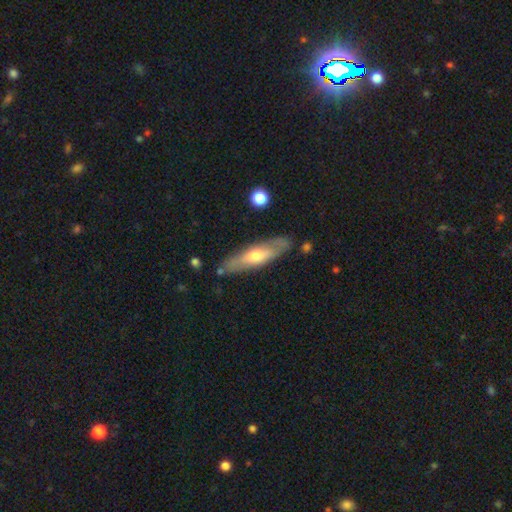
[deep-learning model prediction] Smooth or featured? Predicted: featured or disk (p=0.52). Edge-on disk? Predicted: yes (p=0.59). Merging? Predicted: none (p=0.82).